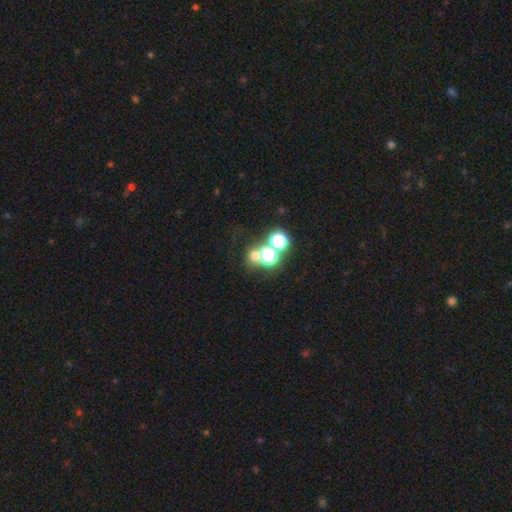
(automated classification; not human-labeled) Smooth or featured?
  - smooth: 55% *
  - star or artifact: 34%
  - featured or disk: 10%
How rounded?
  - round: 83% *
  - in between: 16%
  - cigar-shaped: 1%
Merging?
  - none: 55% *
  - merger: 32%
  - minor disturbance: 8%
  - major disturbance: 6%